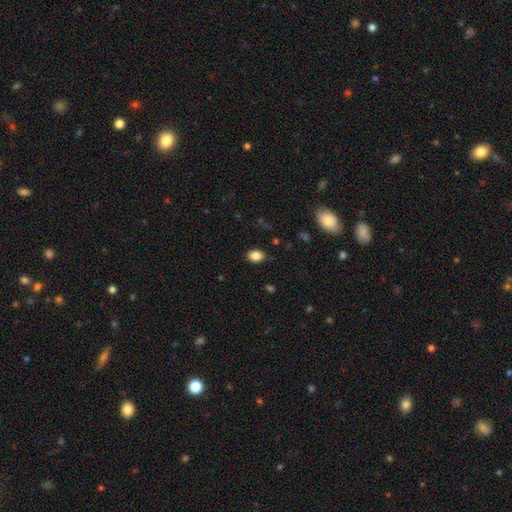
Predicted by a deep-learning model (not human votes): smooth-or-featured: smooth: 86% | star or artifact: 9% | featured or disk: 5%
  how-rounded: in between: 76% | round: 23% | cigar-shaped: 1%
  merging: none: 84% | minor disturbance: 12% | major disturbance: 3% | merger: 1%